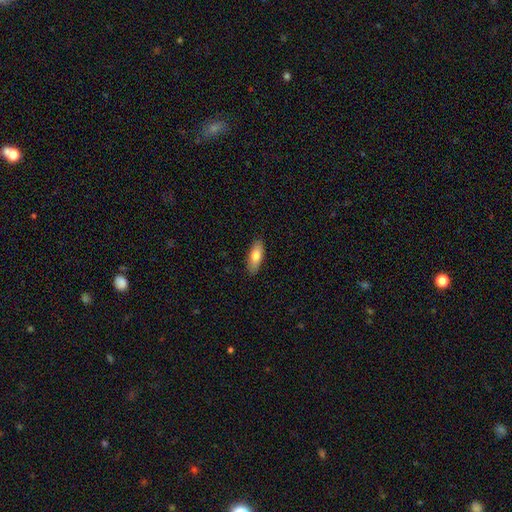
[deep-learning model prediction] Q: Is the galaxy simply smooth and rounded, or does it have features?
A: smooth — 75%.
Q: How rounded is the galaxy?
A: in between — 70%.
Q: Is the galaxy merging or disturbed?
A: none — 88%.